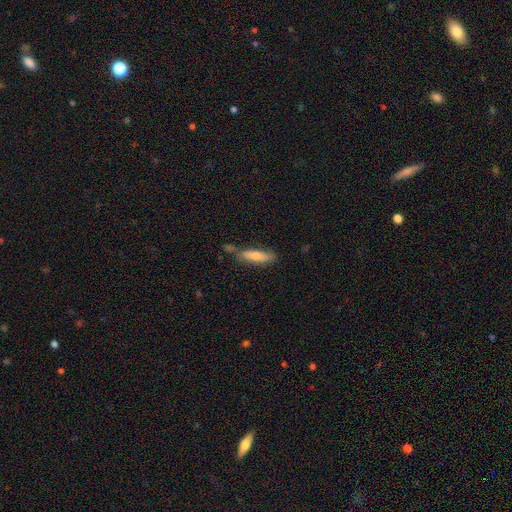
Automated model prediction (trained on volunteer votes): smooth 69%, featured or disk 25%, star or artifact 6%. Down the decision tree: how rounded — cigar-shaped (74%); merging — none (61%).